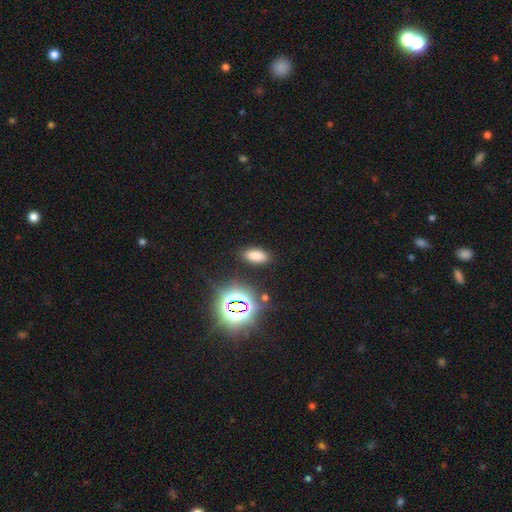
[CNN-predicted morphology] This appears to be a smooth galaxy with no disk features (72%) that is in between round and cigar-shaped (87%). Merging: none (87%).